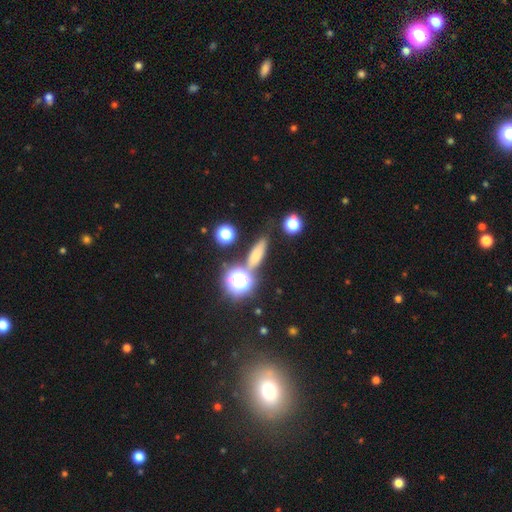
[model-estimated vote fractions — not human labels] smooth 61%, star or artifact 22%, featured or disk 17%. Down the decision tree: how rounded — cigar-shaped (42%); merging — none (74%).